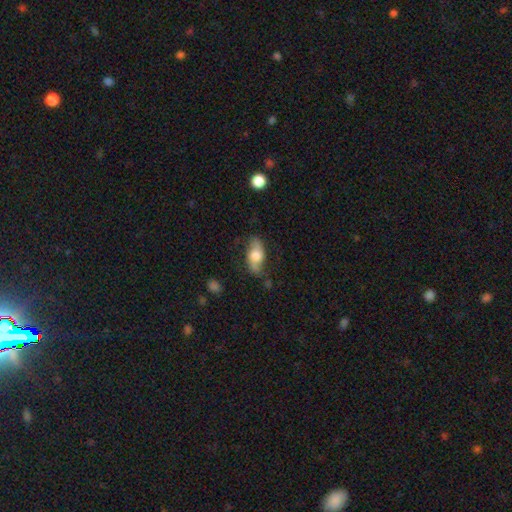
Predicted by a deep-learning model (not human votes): A smooth galaxy with no disk features (51%) that is in between round and cigar-shaped (83%). Merging: none (68%).